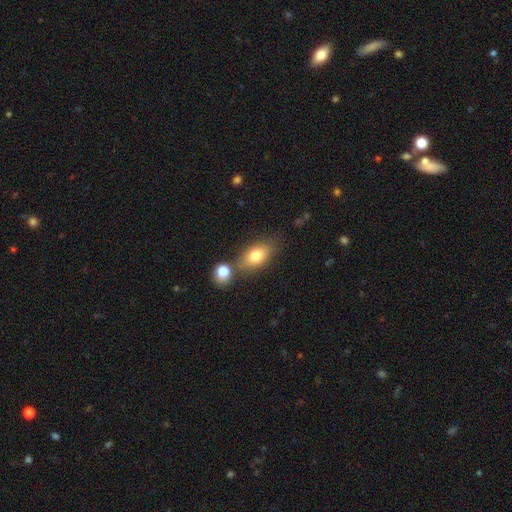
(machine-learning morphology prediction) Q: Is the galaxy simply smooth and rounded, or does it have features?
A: smooth — 76%.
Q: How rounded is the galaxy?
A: in between — 82%.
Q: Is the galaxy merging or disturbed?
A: none — 63%.